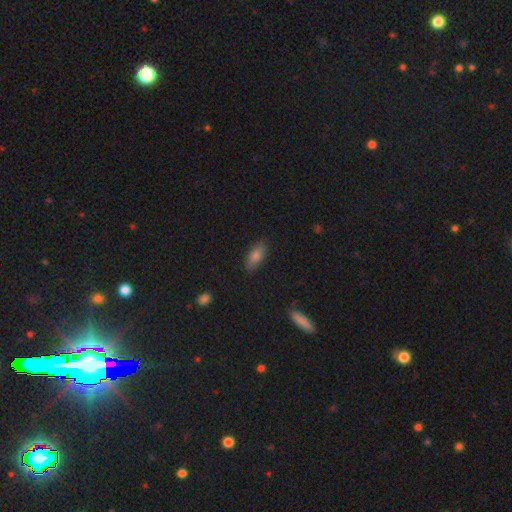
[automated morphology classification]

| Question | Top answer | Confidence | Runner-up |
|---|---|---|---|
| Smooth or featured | smooth | 76% | featured or disk (15%) |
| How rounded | in between | 75% | cigar-shaped (22%) |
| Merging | none | 86% | minor disturbance (11%) |